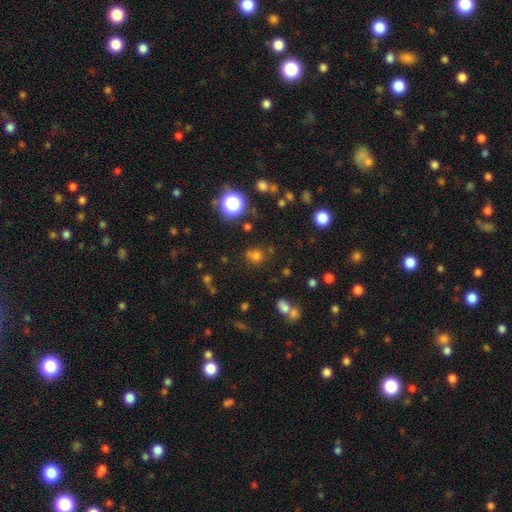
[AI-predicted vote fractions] smooth-or-featured: smooth: 68% | star or artifact: 25% | featured or disk: 7%
  how-rounded: round: 81% | in between: 18% | cigar-shaped: 1%
  merging: none: 74% | minor disturbance: 12% | merger: 9% | major disturbance: 5%